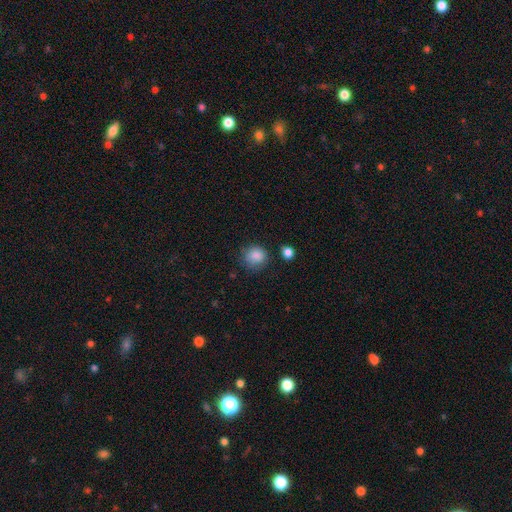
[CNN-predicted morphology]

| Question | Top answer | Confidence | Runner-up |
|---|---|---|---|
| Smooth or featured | smooth | 86% | star or artifact (9%) |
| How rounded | round | 85% | in between (14%) |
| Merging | none | 75% | minor disturbance (17%) |